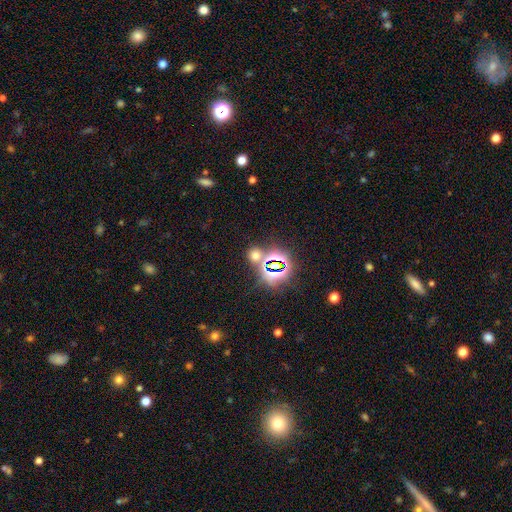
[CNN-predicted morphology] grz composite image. It shows a star or artifact, not a galaxy (49%).